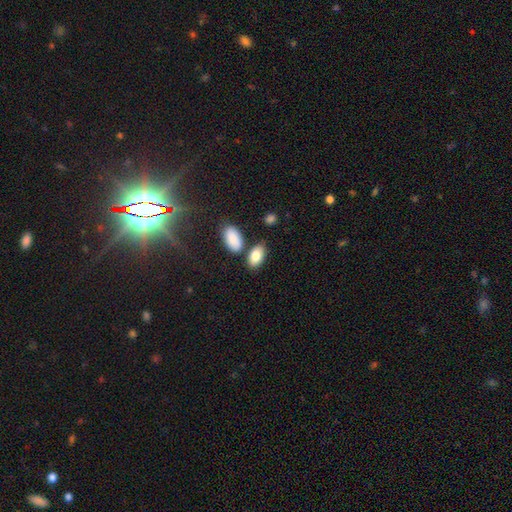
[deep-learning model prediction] This is clearly a smooth galaxy (84%). How rounded: clearly in between (93%). Merging: likely none (66%).